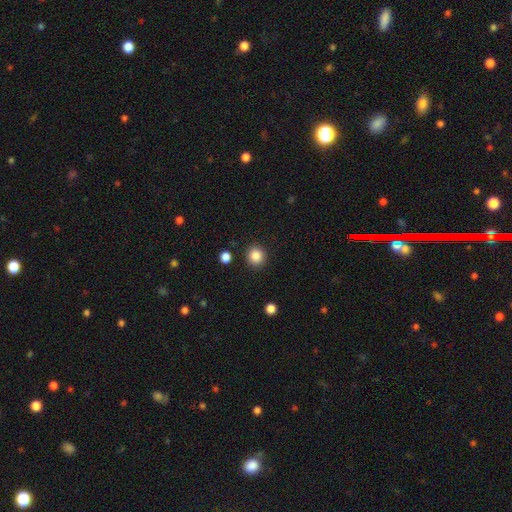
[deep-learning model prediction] Q: Smooth or featured?
A: smooth (86%); runner-up: star or artifact (10%)
Q: How rounded?
A: round (91%); runner-up: in between (8%)
Q: Merging?
A: none (90%); runner-up: minor disturbance (6%)